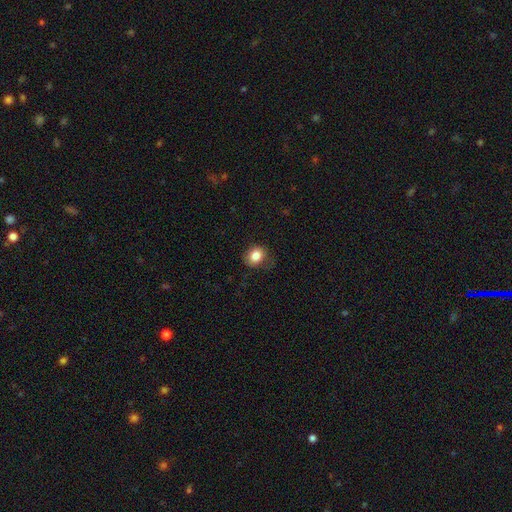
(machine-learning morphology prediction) A smooth galaxy with no disk features (83%) that is round (62%).

Vote fractions:
- Smooth or featured? smooth: 83% / star or artifact: 10% / featured or disk: 7%
- How rounded? round: 62% / in between: 37% / cigar-shaped: 1%
- Merging? none: 74% / minor disturbance: 19% / major disturbance: 6% / merger: 1%